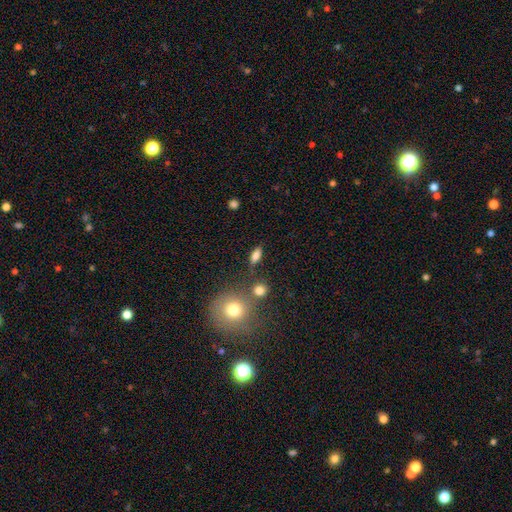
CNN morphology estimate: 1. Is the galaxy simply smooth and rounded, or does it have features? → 80% smooth, 10% featured or disk, 10% star or artifact.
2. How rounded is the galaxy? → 73% in between, 17% cigar-shaped, 10% round.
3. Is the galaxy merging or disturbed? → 75% none, 12% minor disturbance, 8% merger, 5% major disturbance.